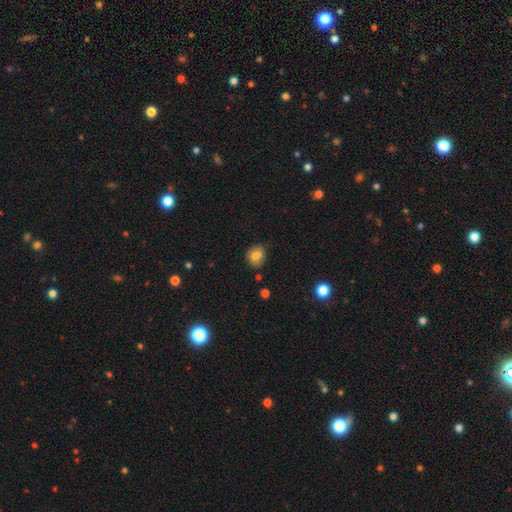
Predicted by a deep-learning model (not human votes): Morphology: type=smooth (79%); roundness=round (69%); merging=none (78%).